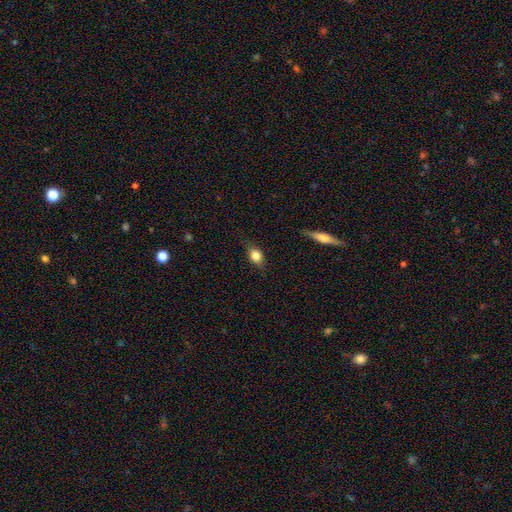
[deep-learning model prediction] A smooth galaxy with no disk features (76%) that is in between round and cigar-shaped (62%).

Vote fractions:
- Smooth or featured? smooth: 76% / featured or disk: 15% / star or artifact: 9%
- How rounded? in between: 62% / round: 33% / cigar-shaped: 5%
- Merging? none: 74% / minor disturbance: 19% / major disturbance: 5% / merger: 1%